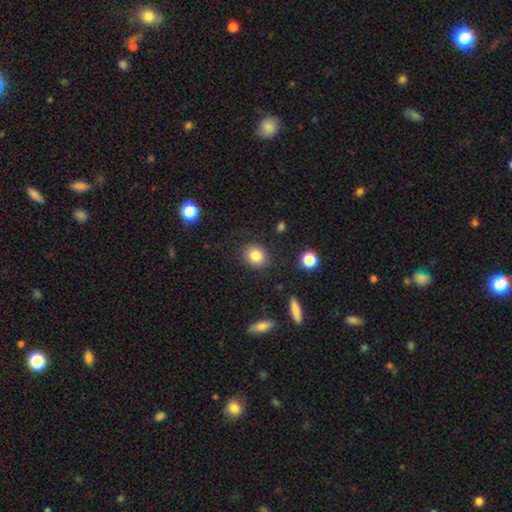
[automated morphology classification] smooth 84%, star or artifact 9%, featured or disk 6%. Down the decision tree: how rounded — round (68%); merging — none (87%).